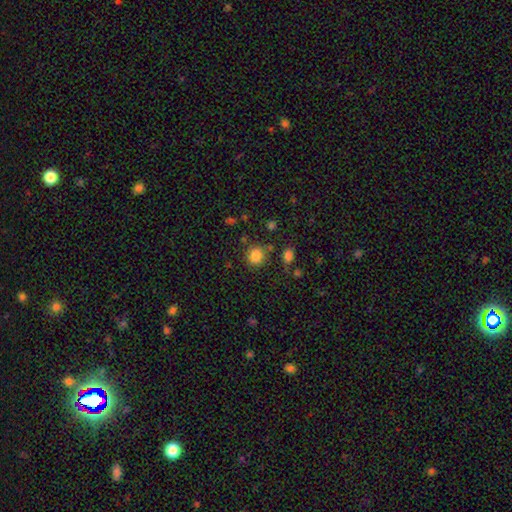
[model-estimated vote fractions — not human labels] A smooth galaxy with no disk features (84%) that is round (80%).

Vote fractions:
- Smooth or featured? smooth: 84% / star or artifact: 12% / featured or disk: 4%
- How rounded? round: 80% / in between: 19% / cigar-shaped: 1%
- Merging? none: 75% / minor disturbance: 13% / merger: 7% / major disturbance: 5%